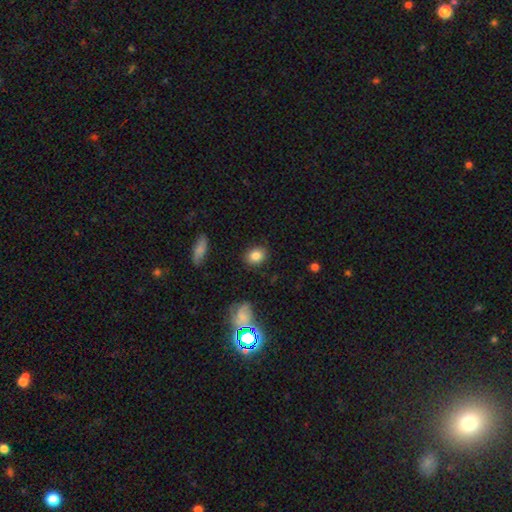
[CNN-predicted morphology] Smooth or featured?
  - smooth: 83% *
  - star or artifact: 10%
  - featured or disk: 7%
How rounded?
  - in between: 53% *
  - round: 46%
  - cigar-shaped: 1%
Merging?
  - none: 85% *
  - minor disturbance: 11%
  - major disturbance: 3%
  - merger: 2%